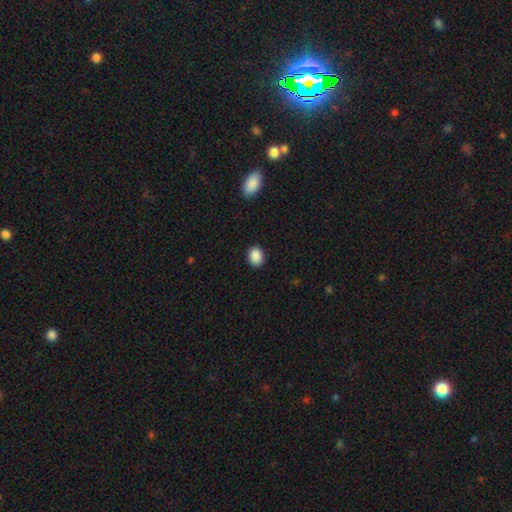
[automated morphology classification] This is clearly a smooth galaxy (89%). How rounded: possibly in between (50%). Merging: clearly none (89%).